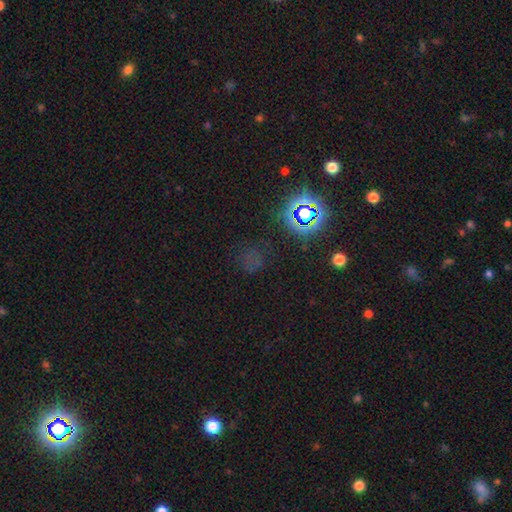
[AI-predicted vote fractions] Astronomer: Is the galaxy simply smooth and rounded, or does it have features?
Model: star or artifact — 74%.